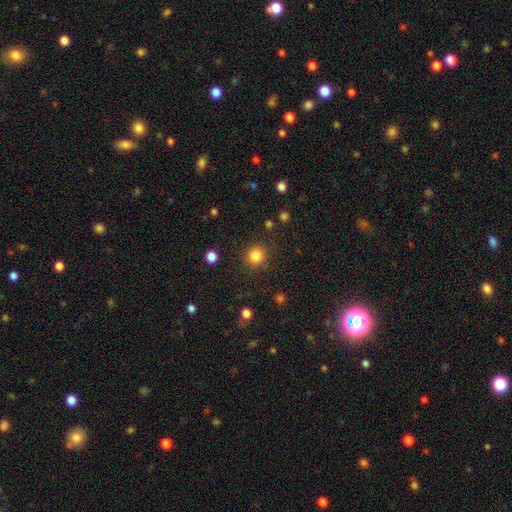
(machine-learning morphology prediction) The model was most divided on "smooth or featured": smooth: 84%, star or artifact: 11%, featured or disk: 4%. More confident: how rounded — round (88%); merging — none (87%).